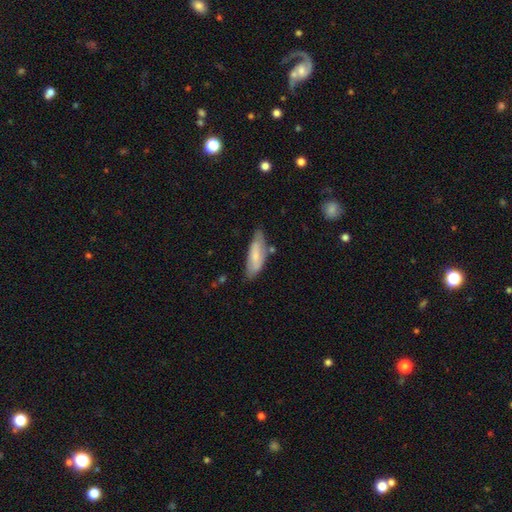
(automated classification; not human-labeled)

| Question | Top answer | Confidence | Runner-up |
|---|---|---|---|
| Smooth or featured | smooth | 63% | featured or disk (31%) |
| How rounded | in between | 60% | cigar-shaped (38%) |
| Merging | none | 63% | minor disturbance (26%) |